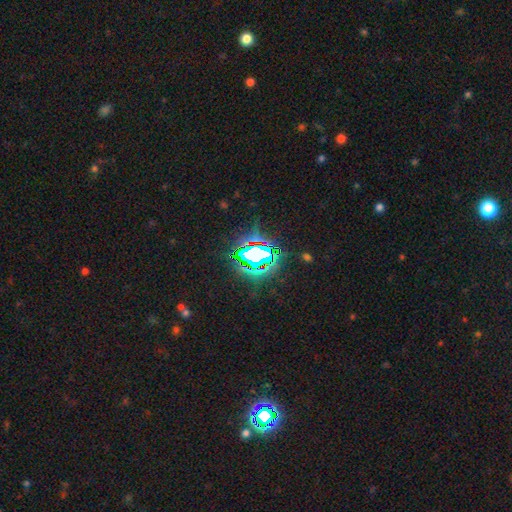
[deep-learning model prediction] Smooth or featured? Predicted: star or artifact (p=0.75).